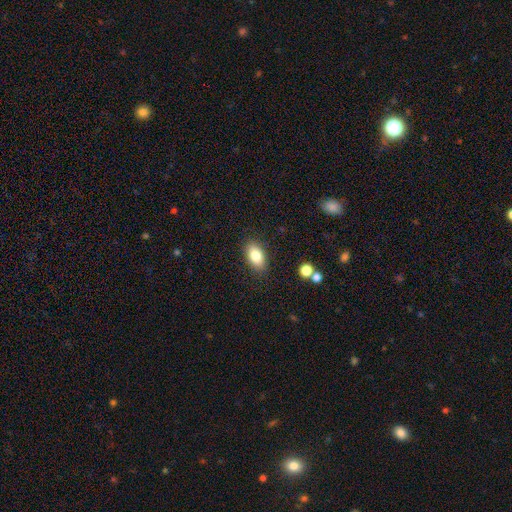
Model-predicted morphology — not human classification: This appears to be a smooth galaxy with no disk features (81%) that is in between round and cigar-shaped (91%). Merging: none (86%).